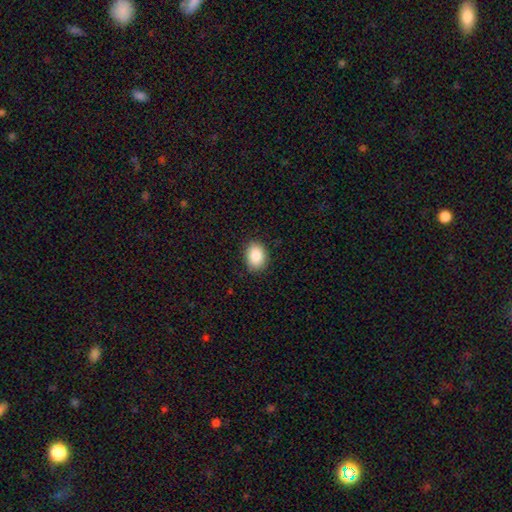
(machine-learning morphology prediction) The model was most divided on "how rounded": in between: 69%, round: 31%, cigar-shaped: 1%. More confident: merging — none (88%); smooth or featured — smooth (87%).